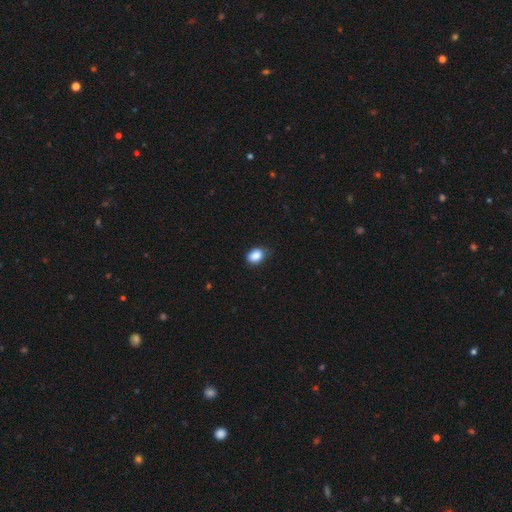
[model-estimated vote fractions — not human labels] A smooth galaxy with no disk features (87%) that is in between round and cigar-shaped (77%). Merging: none (76%).